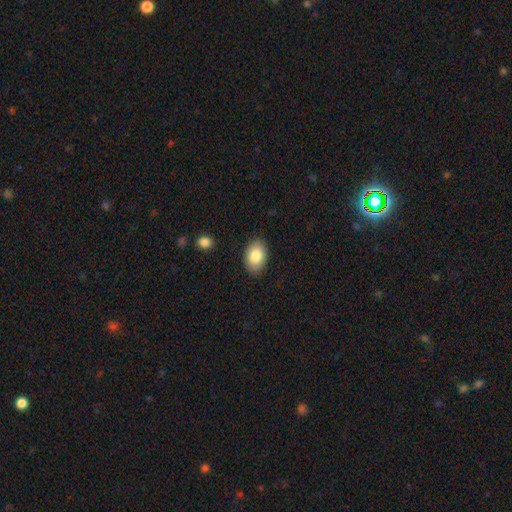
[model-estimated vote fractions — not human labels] Smooth or featured? smooth (84%)
How rounded? in between (87%)
Merging? none (87%)